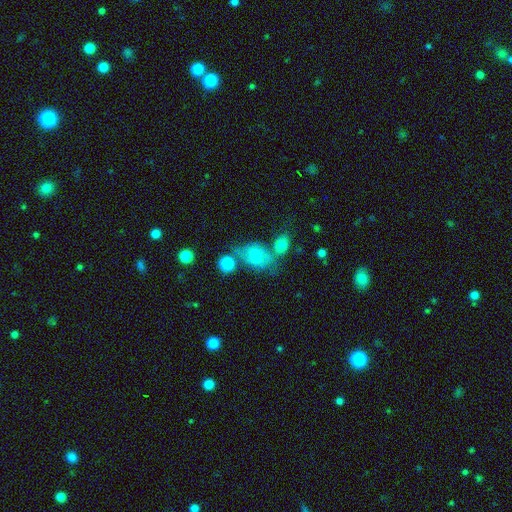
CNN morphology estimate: Smooth or featured? Predicted: smooth (p=0.61). How rounded? Predicted: in between (p=0.71). Merging? Predicted: none (p=0.33).